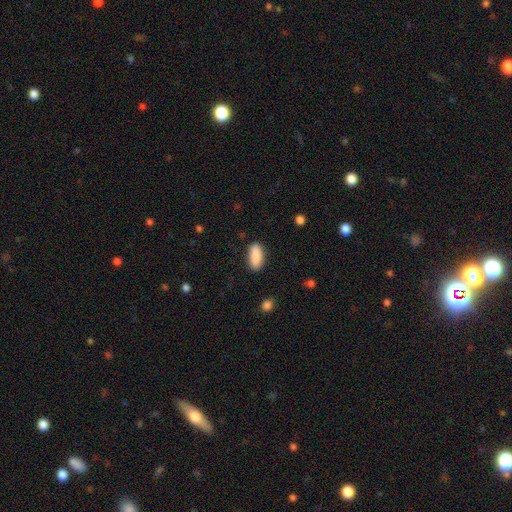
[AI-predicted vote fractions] A smooth galaxy with no disk features (89%) that is in between round and cigar-shaped (81%).

Vote fractions:
- Smooth or featured? smooth: 89% / star or artifact: 6% / featured or disk: 5%
- How rounded? in between: 81% / cigar-shaped: 17% / round: 2%
- Merging? none: 86% / minor disturbance: 10% / major disturbance: 2% / merger: 1%